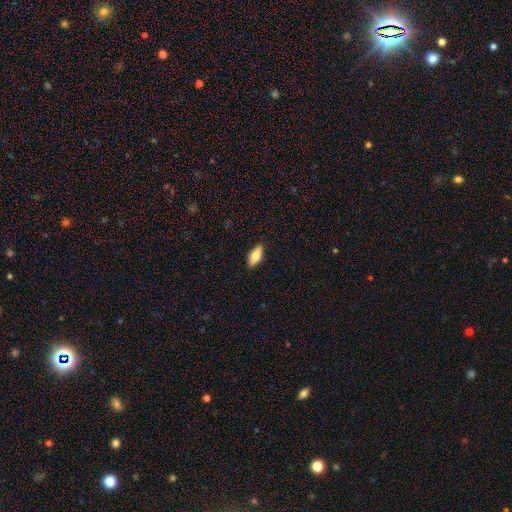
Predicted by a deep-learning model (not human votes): This is likely a smooth galaxy (73%). How rounded: clearly in between (85%). Merging: clearly none (89%).